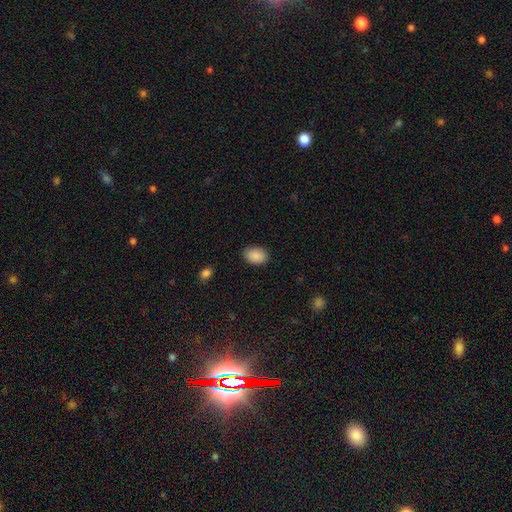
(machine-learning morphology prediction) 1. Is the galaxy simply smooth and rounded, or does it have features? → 90% smooth, 7% star or artifact, 3% featured or disk.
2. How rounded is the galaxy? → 86% in between, 13% round, 1% cigar-shaped.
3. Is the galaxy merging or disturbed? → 88% none, 9% minor disturbance, 2% major disturbance, 1% merger.